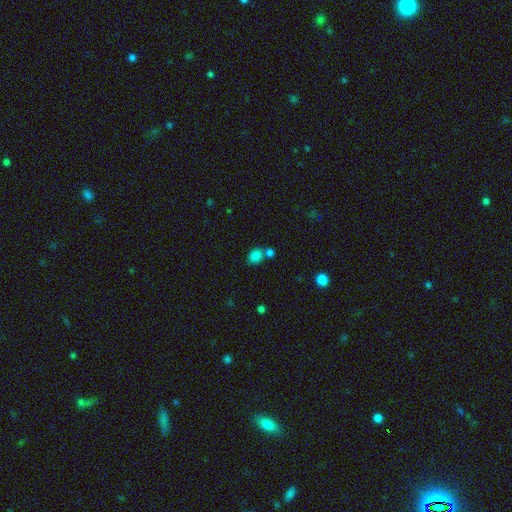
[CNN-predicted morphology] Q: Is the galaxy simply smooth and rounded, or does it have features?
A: smooth — 83%.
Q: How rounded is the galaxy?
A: in between — 57%.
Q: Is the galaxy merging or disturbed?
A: none — 54%.